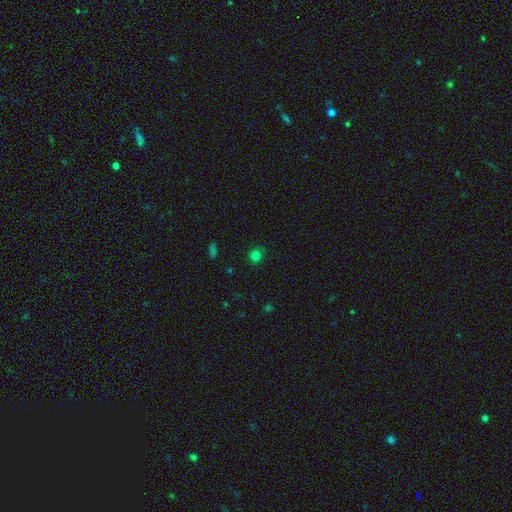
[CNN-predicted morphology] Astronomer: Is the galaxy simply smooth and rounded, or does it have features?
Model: smooth — 79%.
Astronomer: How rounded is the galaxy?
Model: round — 84%.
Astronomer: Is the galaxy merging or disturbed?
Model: none — 85%.